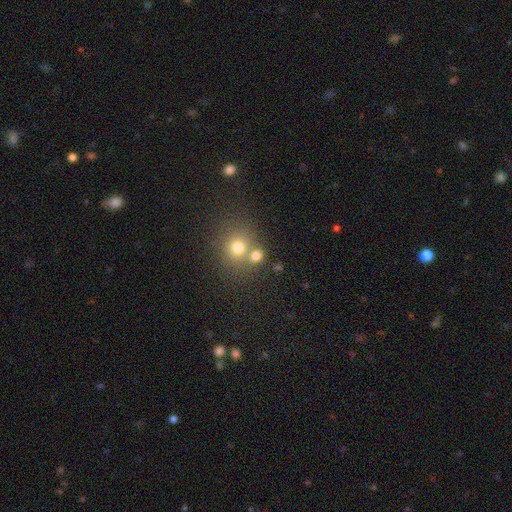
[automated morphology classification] A smooth galaxy with no disk features (73%) that is round (75%). Merging: none (51%).